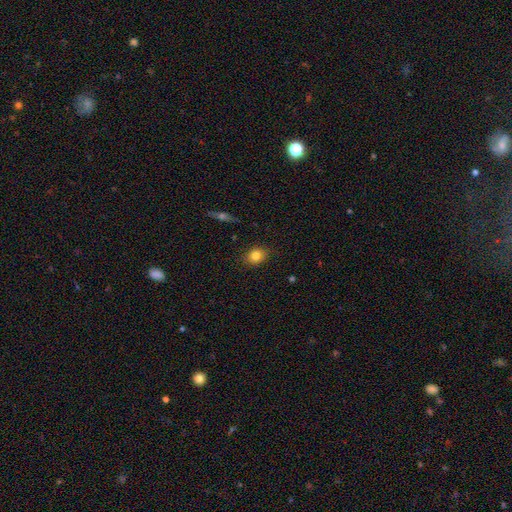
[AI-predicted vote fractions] Smooth or featured?
  - smooth: 80% *
  - star or artifact: 10%
  - featured or disk: 10%
How rounded?
  - round: 52% *
  - in between: 46%
  - cigar-shaped: 2%
Merging?
  - none: 87% *
  - minor disturbance: 10%
  - major disturbance: 2%
  - merger: 1%